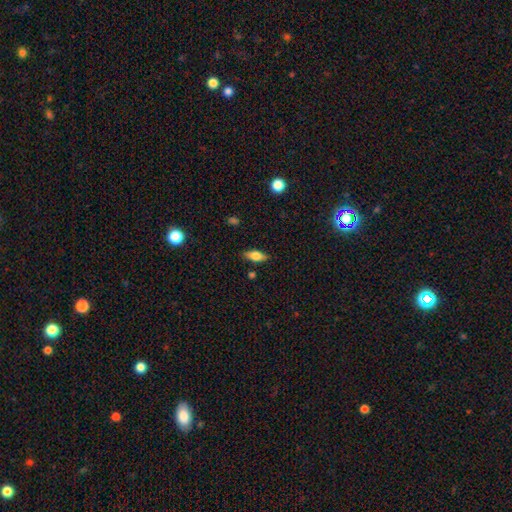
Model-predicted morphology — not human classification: smooth 67%, featured or disk 25%, star or artifact 8%. Down the decision tree: how rounded — in between (76%); merging — none (84%).